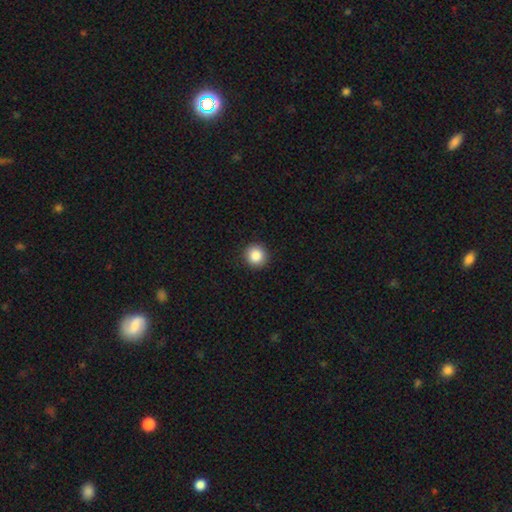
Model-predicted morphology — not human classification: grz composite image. It shows a smooth galaxy with no disk features (87%) that is round (95%). Merging: none (93%).